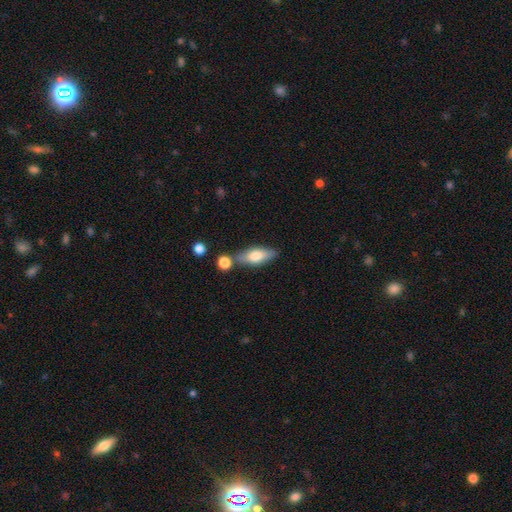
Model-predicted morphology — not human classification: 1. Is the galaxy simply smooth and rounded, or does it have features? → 67% smooth, 27% featured or disk, 7% star or artifact.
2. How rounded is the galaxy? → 67% in between, 30% cigar-shaped, 3% round.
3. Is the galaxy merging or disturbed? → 67% none, 15% merger, 15% minor disturbance, 4% major disturbance.